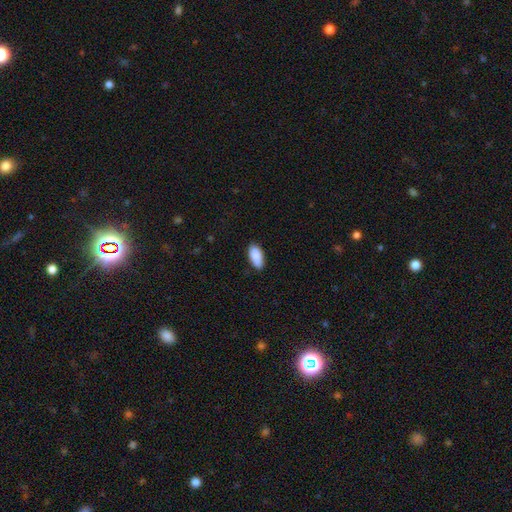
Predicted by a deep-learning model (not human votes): Morphology: type=smooth (89%); roundness=in between (87%); merging=none (80%).